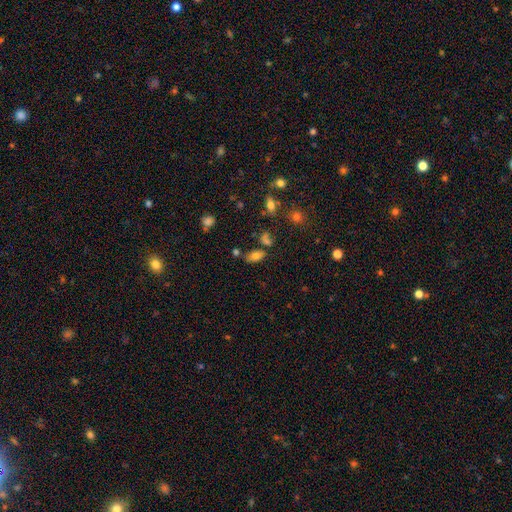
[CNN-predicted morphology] smooth-or-featured: smooth: 74% | featured or disk: 13% | star or artifact: 13%
  how-rounded: in between: 89% | round: 6% | cigar-shaped: 5%
  merging: none: 64% | minor disturbance: 17% | merger: 13% | major disturbance: 5%